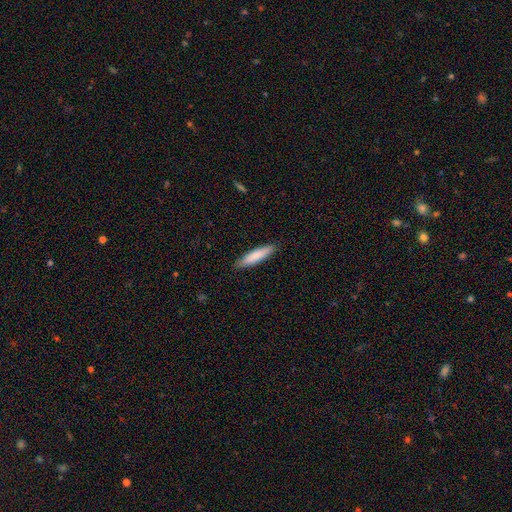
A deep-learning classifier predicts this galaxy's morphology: Smooth or featured? Predicted: smooth (p=0.82). How rounded? Predicted: cigar-shaped (p=0.83). Merging? Predicted: none (p=0.89).